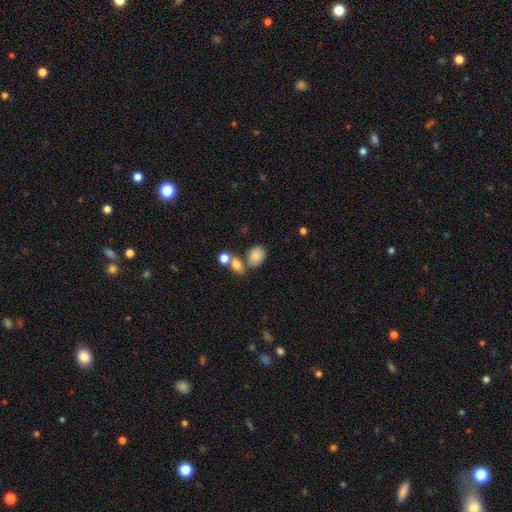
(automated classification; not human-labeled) Smooth or featured? Predicted: smooth (p=0.82). How rounded? Predicted: in between (p=0.74). Merging? Predicted: none (p=0.52).